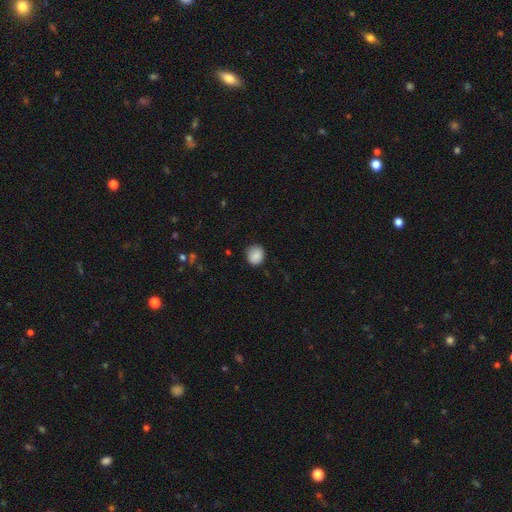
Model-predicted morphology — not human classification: Smooth or featured?
  - smooth: 87% *
  - star or artifact: 8%
  - featured or disk: 4%
How rounded?
  - round: 84% *
  - in between: 15%
  - cigar-shaped: 1%
Merging?
  - none: 82% *
  - minor disturbance: 14%
  - major disturbance: 3%
  - merger: 1%